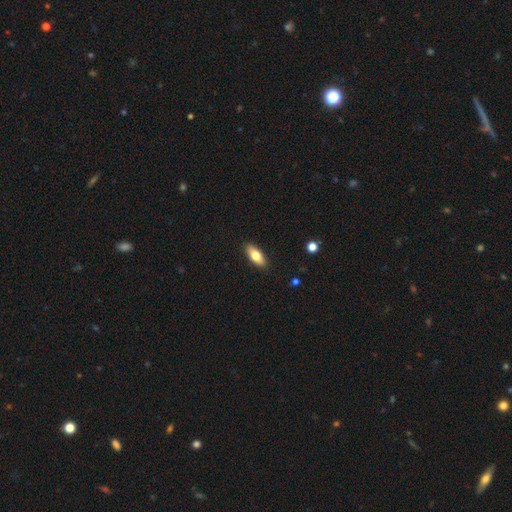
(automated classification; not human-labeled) The model was most divided on "smooth or featured": smooth: 73%, featured or disk: 20%, star or artifact: 6%. More confident: merging — none (90%); how rounded — in between (79%).